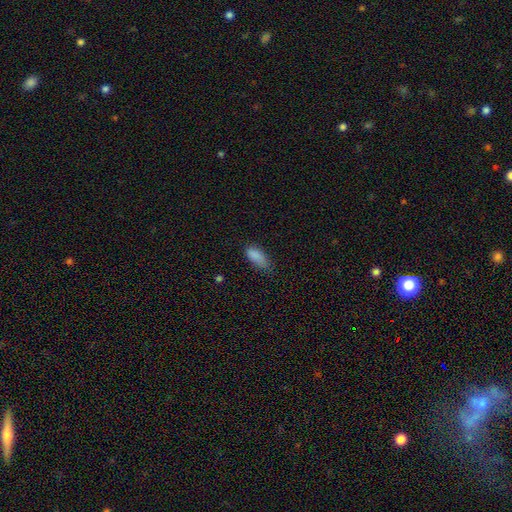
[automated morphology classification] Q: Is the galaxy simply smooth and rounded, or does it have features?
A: smooth — 86%.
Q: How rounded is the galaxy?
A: in between — 85%.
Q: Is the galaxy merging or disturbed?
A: none — 56%.